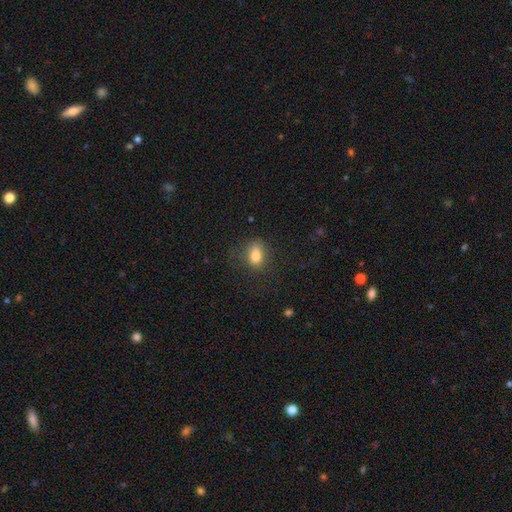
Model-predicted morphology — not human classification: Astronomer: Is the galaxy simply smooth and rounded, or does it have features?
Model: smooth — 80%.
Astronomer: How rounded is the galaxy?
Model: in between — 69%.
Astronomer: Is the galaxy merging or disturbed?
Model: none — 77%.